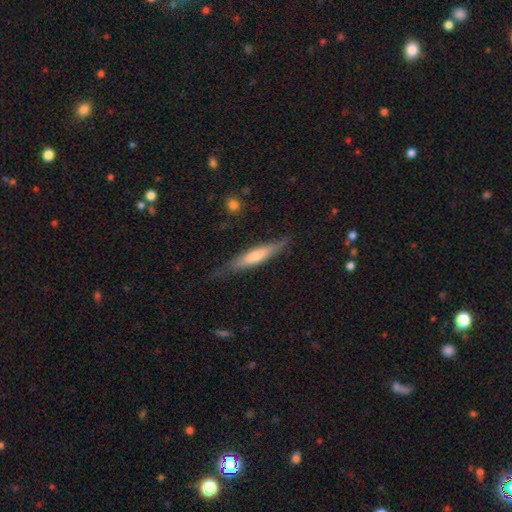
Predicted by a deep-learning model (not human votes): Smooth or featured? smooth (55%)
How rounded? cigar-shaped (87%)
Merging? none (71%)